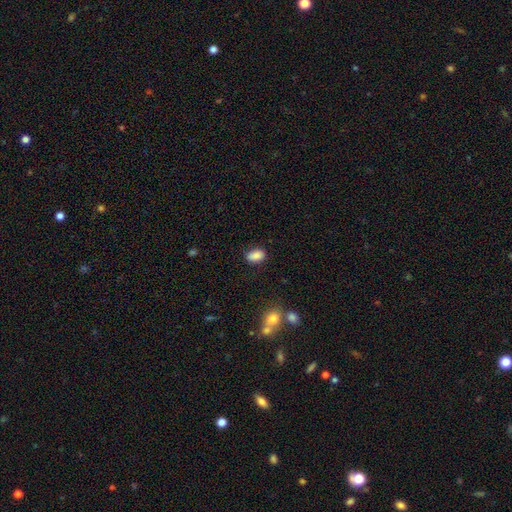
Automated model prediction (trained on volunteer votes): Smooth or featured?
  - smooth: 87% *
  - star or artifact: 8%
  - featured or disk: 4%
How rounded?
  - in between: 87% *
  - round: 12%
  - cigar-shaped: 1%
Merging?
  - none: 82% *
  - minor disturbance: 13%
  - major disturbance: 3%
  - merger: 2%